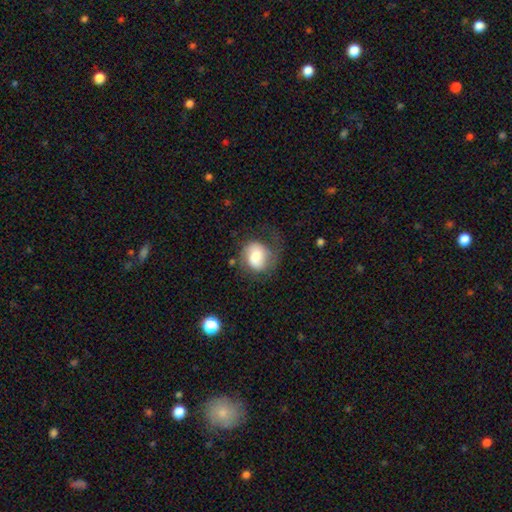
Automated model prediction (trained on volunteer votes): Q: Smooth or featured?
A: smooth (53%); runner-up: featured or disk (38%)
Q: How rounded?
A: round (64%); runner-up: in between (35%)
Q: Merging?
A: none (46%); runner-up: major disturbance (26%)